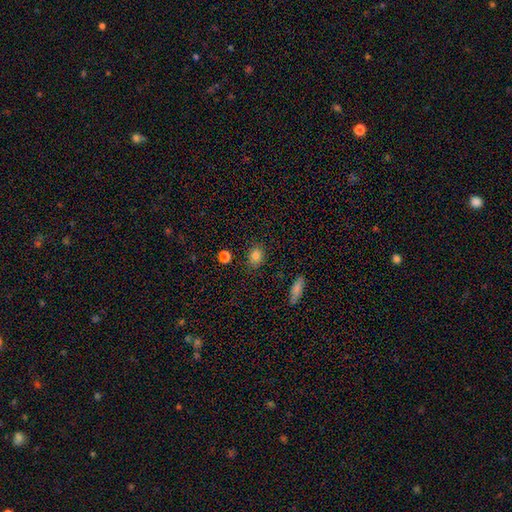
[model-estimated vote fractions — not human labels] Smooth or featured? smooth (83%)
How rounded? in between (57%)
Merging? none (86%)